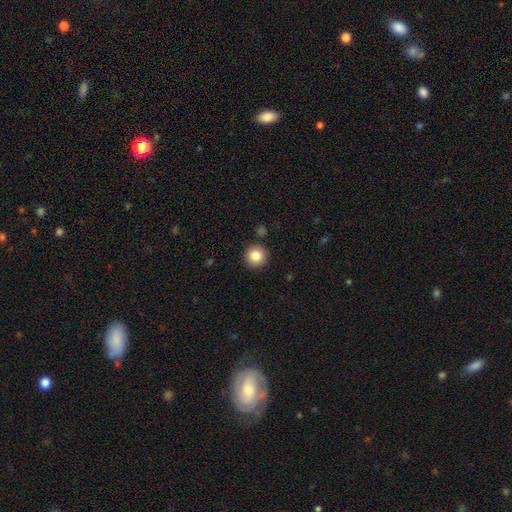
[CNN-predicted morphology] Overall: smooth (84%). How rounded: round (94%). Merging: none (90%).